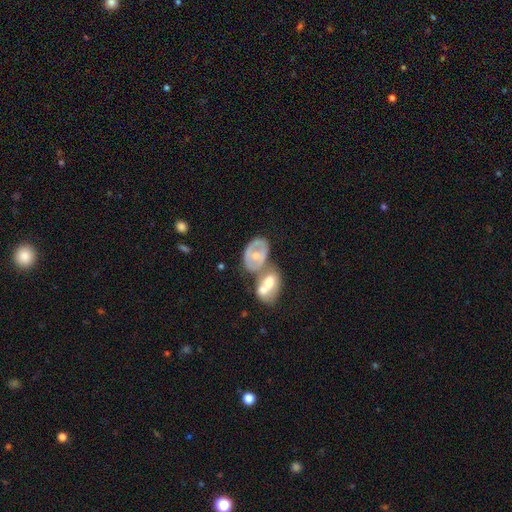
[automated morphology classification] The model was most divided on "bulge size": moderate: 57%, small: 35%, large: 3%, none: 3%, dominant: 1%. More confident: edge-on disk — no (95%); bar — no (75%); spiral arms — no (69%); merging — merger (58%); smooth or featured — featured or disk (58%).